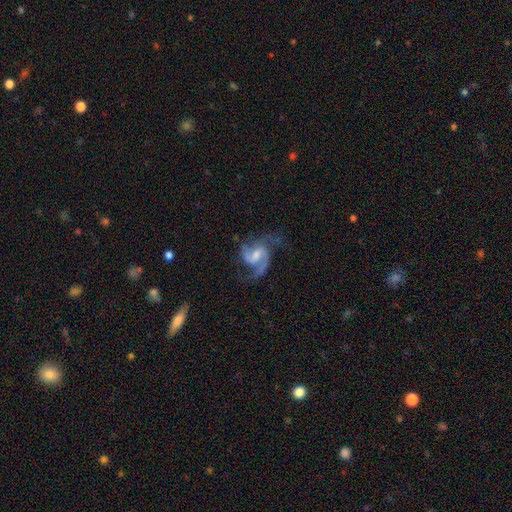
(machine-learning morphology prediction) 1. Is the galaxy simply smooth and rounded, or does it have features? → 89% featured or disk, 6% smooth, 5% star or artifact.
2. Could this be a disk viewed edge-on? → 98% no, 2% yes.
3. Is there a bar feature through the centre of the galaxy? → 54% weak, 31% no, 14% strong.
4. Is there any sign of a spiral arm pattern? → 97% yes, 3% no.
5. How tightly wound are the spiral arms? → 56% medium, 28% loose, 16% tight.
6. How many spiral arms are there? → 69% 2, 17% 3, 5% can't tell, 5% 1, 2% 4, 2% more than 4.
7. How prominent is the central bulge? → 45% moderate, 35% small, 12% none, 6% large, 1% dominant.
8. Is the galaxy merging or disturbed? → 58% none, 20% minor disturbance, 20% major disturbance, 2% merger.